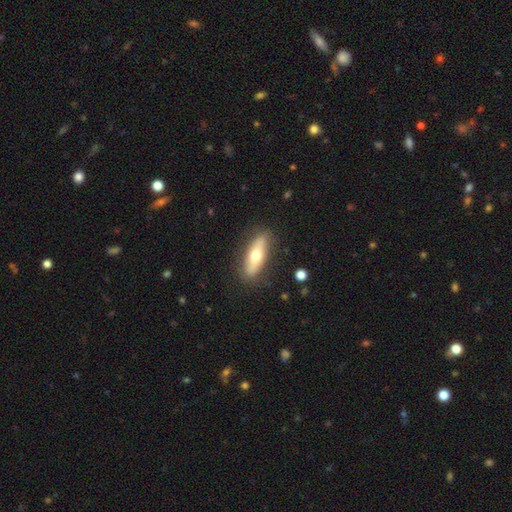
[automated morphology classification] type=smooth (58%); roundness=in between (56%); merging=none (85%).